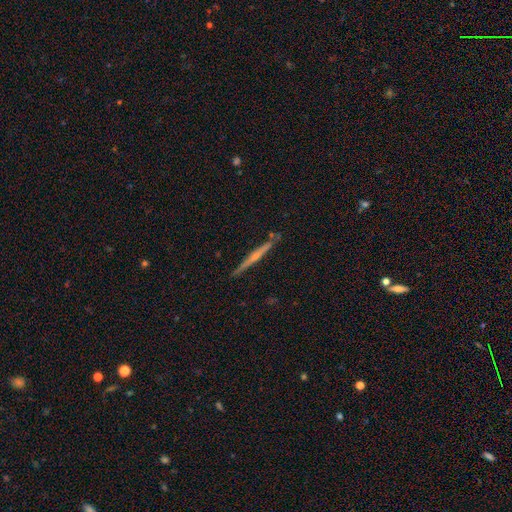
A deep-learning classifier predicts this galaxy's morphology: featured or disk 72%, smooth 22%, star or artifact 6%. Down the decision tree: edge-on disk — yes (98%); edge-on bulge — rounded (64%); merging — none (87%).